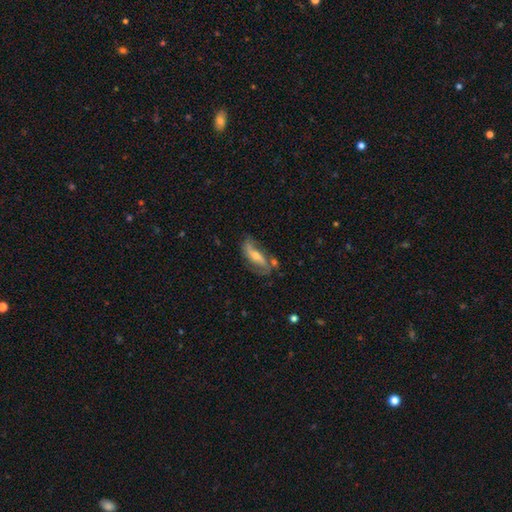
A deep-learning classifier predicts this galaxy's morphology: A featured or disk galaxy (66%) with no bar (37%), spiral arms (85%) and a moderate central bulge (51%). Merging: none (56%).